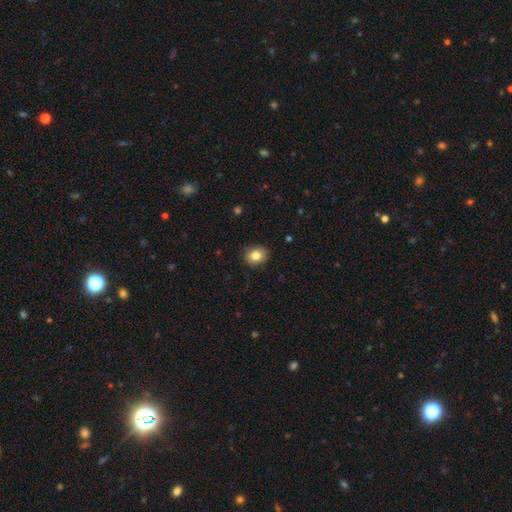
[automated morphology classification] A smooth galaxy with no disk features (83%) that is round (55%). Merging: none (88%).